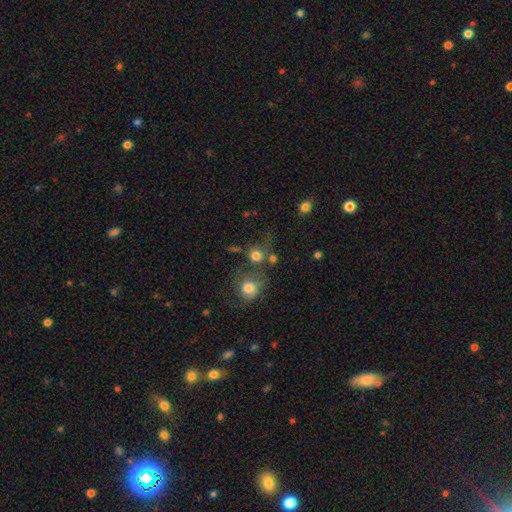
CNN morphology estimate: Smooth or featured? smooth (75%)
How rounded? round (85%)
Merging? none (44%)